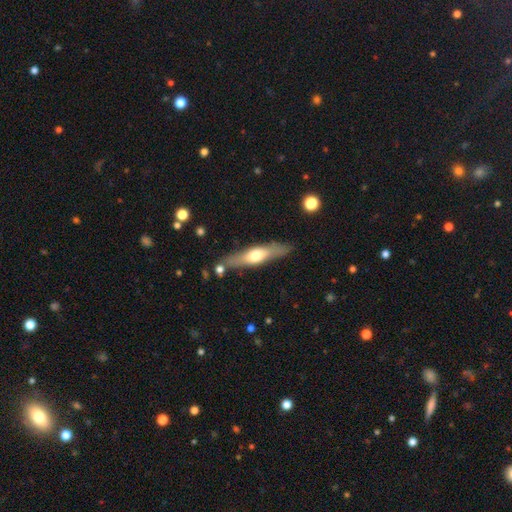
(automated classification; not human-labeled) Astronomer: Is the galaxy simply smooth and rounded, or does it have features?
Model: featured or disk — 53% (runner-up: smooth, 41%).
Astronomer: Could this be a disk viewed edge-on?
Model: yes — 88%.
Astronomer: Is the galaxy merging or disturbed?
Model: none — 81%.